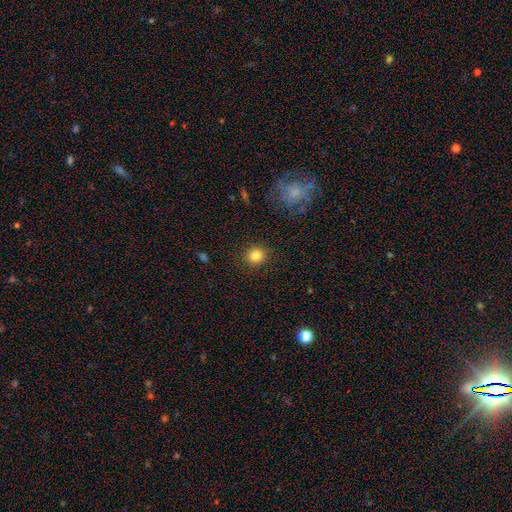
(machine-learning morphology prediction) smooth-or-featured: smooth: 83% | star or artifact: 11% | featured or disk: 5%
  how-rounded: round: 89% | in between: 10% | cigar-shaped: 1%
  merging: none: 89% | minor disturbance: 7% | major disturbance: 3% | merger: 1%